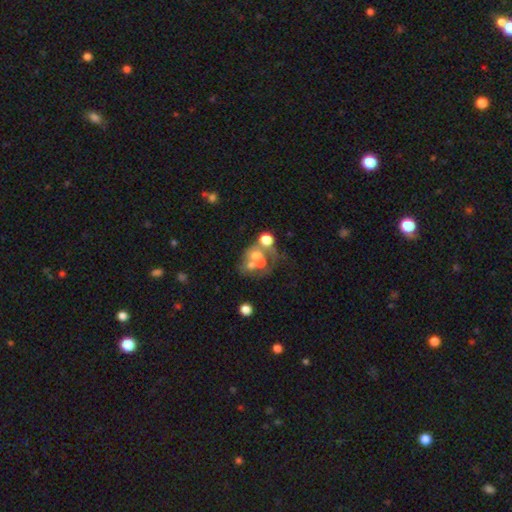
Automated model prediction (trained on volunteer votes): Smooth or featured? featured or disk (48%)
Merging? merger (48%)